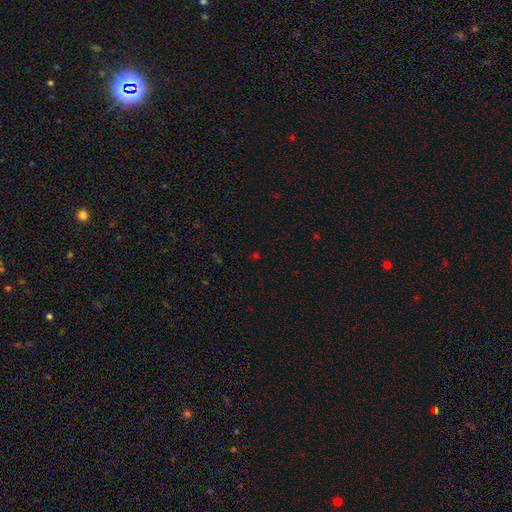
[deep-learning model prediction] Smooth or featured? star or artifact (60%)